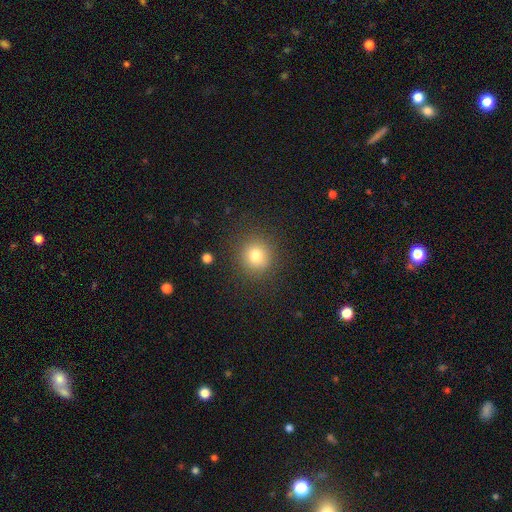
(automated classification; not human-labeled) smooth-or-featured: smooth: 79% | star or artifact: 13% | featured or disk: 9%
  how-rounded: round: 93% | in between: 6% | cigar-shaped: 1%
  merging: none: 88% | minor disturbance: 7% | major disturbance: 3% | merger: 2%